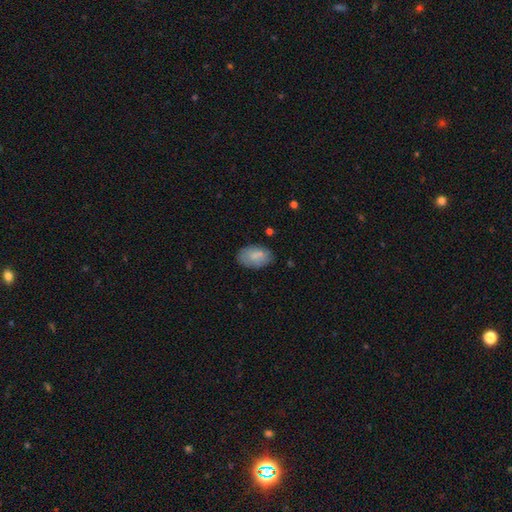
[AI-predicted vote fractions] Smooth or featured: smooth — 80% (featured or disk — 13%)
How rounded: in between — 93% (round — 6%)
Merging: none — 75% (minor disturbance — 18%)